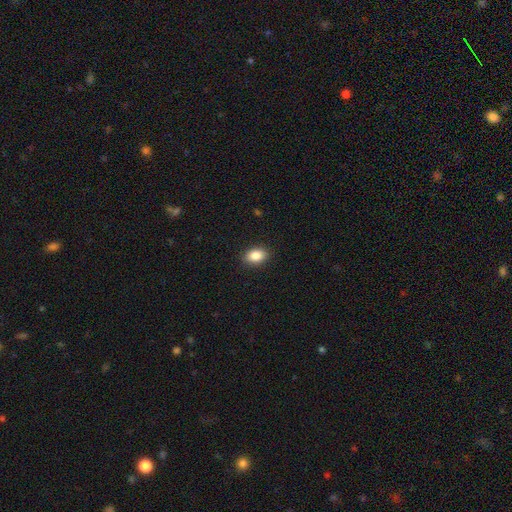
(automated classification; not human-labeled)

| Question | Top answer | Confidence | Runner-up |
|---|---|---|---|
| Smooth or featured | smooth | 87% | star or artifact (8%) |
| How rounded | in between | 85% | round (14%) |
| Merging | none | 90% | minor disturbance (8%) |